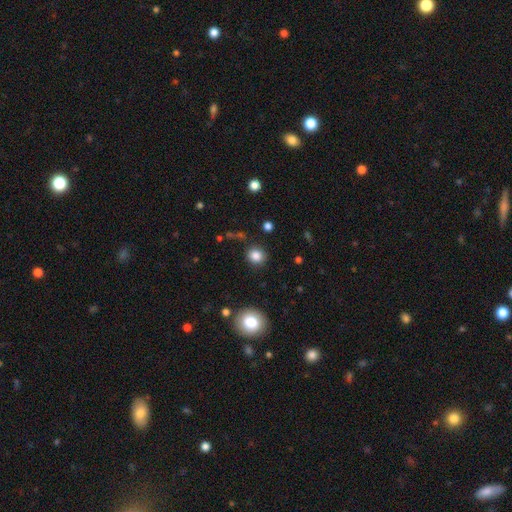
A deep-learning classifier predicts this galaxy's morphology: Smooth or featured? Predicted: smooth (p=0.84). How rounded? Predicted: round (p=0.85). Merging? Predicted: none (p=0.87).